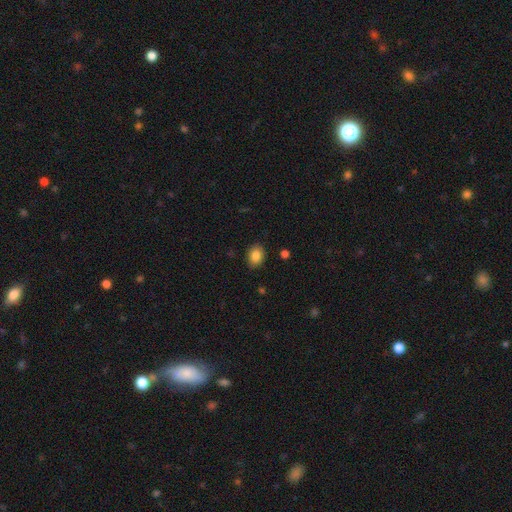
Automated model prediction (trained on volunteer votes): This appears to be a smooth galaxy with no disk features (86%) that is in between round and cigar-shaped (67%). Merging: none (87%).